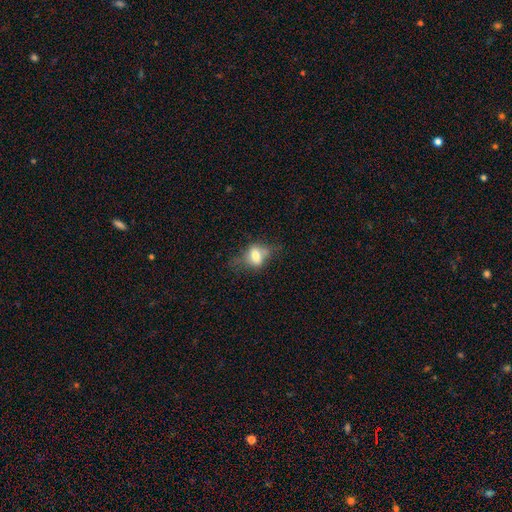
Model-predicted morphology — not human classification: smooth 53%, featured or disk 36%, star or artifact 11%. Down the decision tree: how rounded — in between (68%); merging — none (53%).